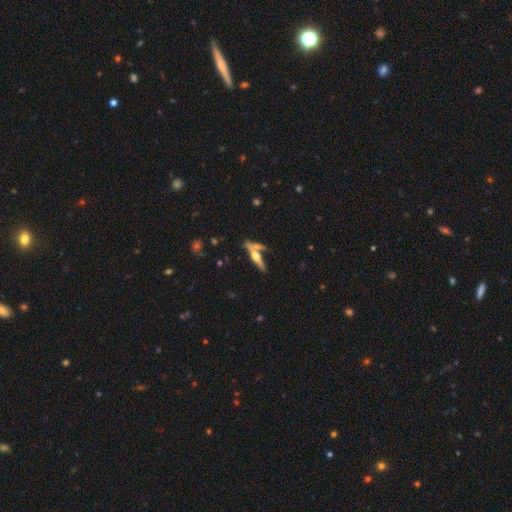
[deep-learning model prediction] This is likely a featured or disk galaxy (64%). It is clearly viewed edge-on (94%). Edge-on bulge: clearly rounded (92%). Merging: likely none (61%).